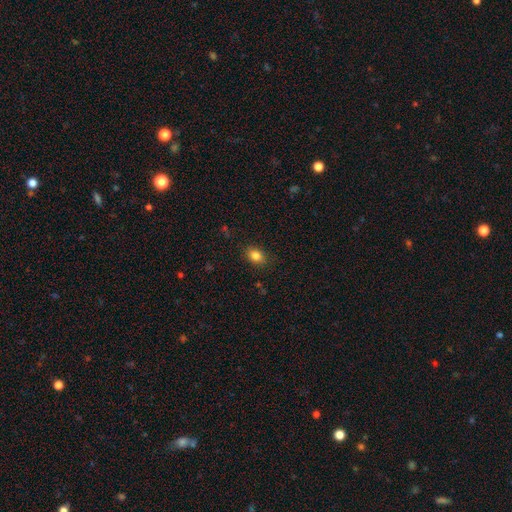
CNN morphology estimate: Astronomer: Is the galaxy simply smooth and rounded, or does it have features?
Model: smooth — 84%.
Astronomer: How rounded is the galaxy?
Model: in between — 70%.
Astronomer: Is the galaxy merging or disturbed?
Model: none — 86%.